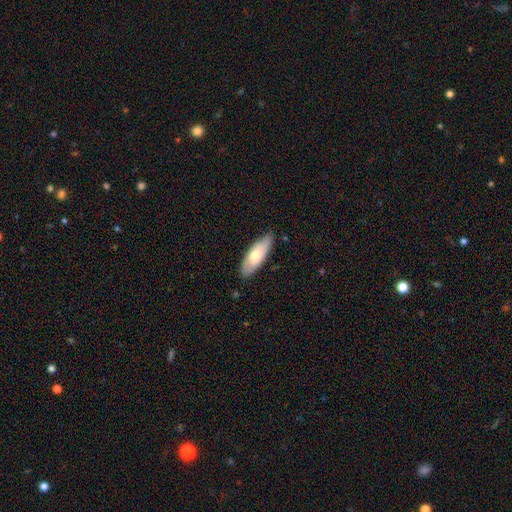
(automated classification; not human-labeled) smooth_or_featured: smooth (p=0.63) [alt: featured or disk p=0.31]
how_rounded: in between (p=0.70) [alt: cigar-shaped p=0.28]
merging: none (p=0.82) [alt: minor disturbance p=0.15]